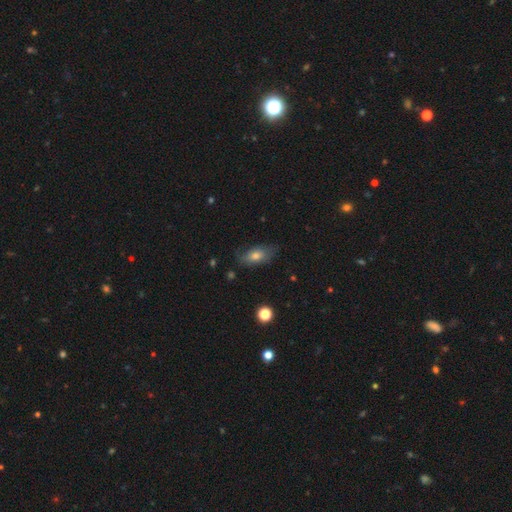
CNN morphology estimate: Smooth or featured? Predicted: smooth (p=0.67). How rounded? Predicted: in between (p=0.84). Merging? Predicted: none (p=0.71).